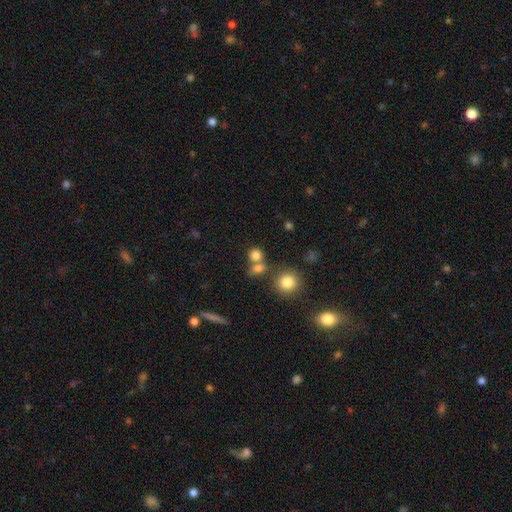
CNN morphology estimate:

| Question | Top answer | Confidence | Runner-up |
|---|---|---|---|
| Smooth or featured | smooth | 79% | star or artifact (13%) |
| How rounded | round | 80% | in between (18%) |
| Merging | none | 52% | merger (35%) |